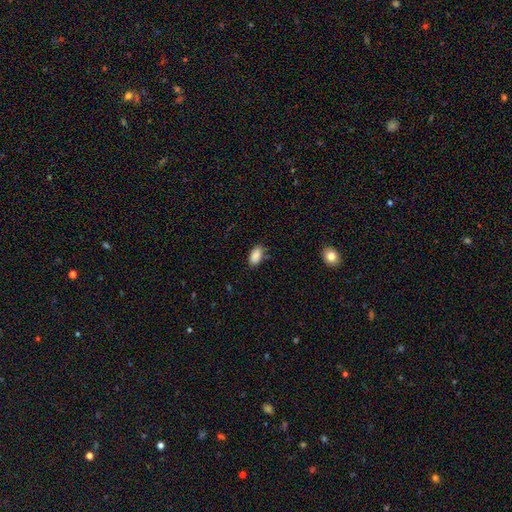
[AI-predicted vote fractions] A smooth galaxy with no disk features (88%) that is in between round and cigar-shaped (93%).

Vote fractions:
- Smooth or featured? smooth: 88% / star or artifact: 8% / featured or disk: 4%
- How rounded? in between: 93% / round: 5% / cigar-shaped: 3%
- Merging? none: 78% / minor disturbance: 17% / major disturbance: 3% / merger: 2%